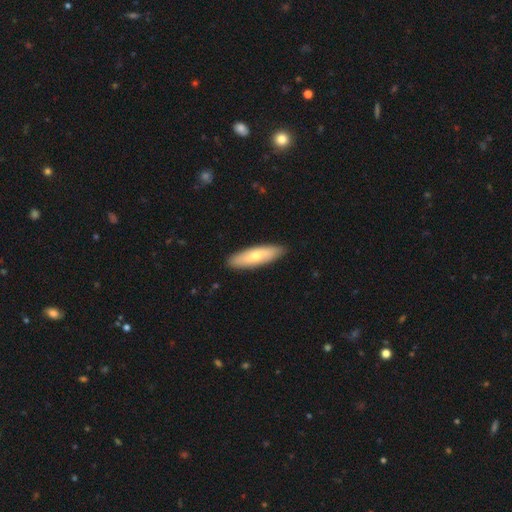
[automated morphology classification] Smooth or featured?
  - smooth: 61% *
  - featured or disk: 33%
  - star or artifact: 5%
How rounded?
  - cigar-shaped: 59% *
  - in between: 39%
  - round: 2%
Merging?
  - none: 90% *
  - minor disturbance: 8%
  - major disturbance: 2%
  - merger: 1%